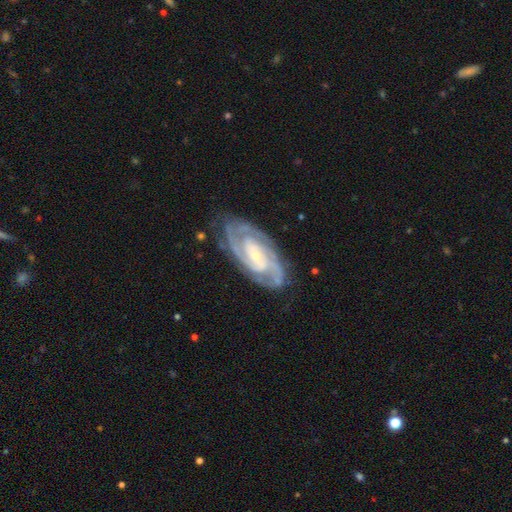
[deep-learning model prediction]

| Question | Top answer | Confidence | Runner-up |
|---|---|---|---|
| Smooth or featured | featured or disk | 90% | smooth (5%) |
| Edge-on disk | no | 96% | yes (4%) |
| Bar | no | 49% | weak (34%) |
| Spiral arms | yes | 98% | no (2%) |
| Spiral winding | tight | 67% | medium (29%) |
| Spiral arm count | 2 | 46% | 3 (25%) |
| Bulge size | small | 73% | moderate (23%) |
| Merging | none | 77% | minor disturbance (16%) |